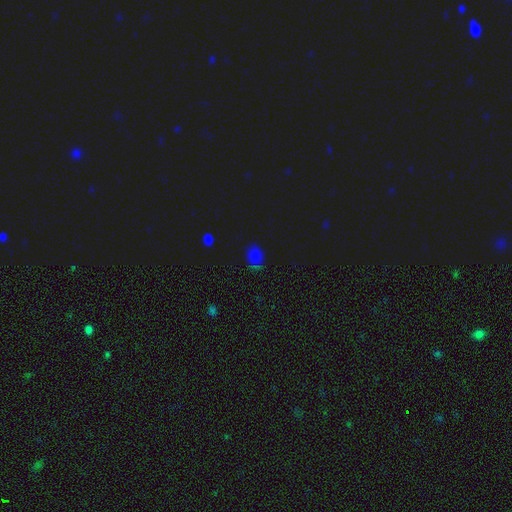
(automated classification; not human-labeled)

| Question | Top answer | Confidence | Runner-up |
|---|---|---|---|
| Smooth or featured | smooth | 54% | star or artifact (39%) |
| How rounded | round | 52% | in between (46%) |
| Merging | none | 66% | minor disturbance (19%) |